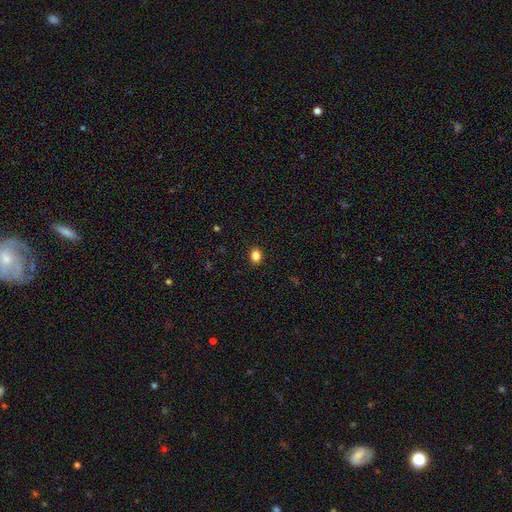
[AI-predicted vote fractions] A smooth galaxy with no disk features (85%) that is in between round and cigar-shaped (57%).

Vote fractions:
- Smooth or featured? smooth: 85% / star or artifact: 11% / featured or disk: 4%
- How rounded? in between: 57% / round: 42% / cigar-shaped: 1%
- Merging? none: 90% / minor disturbance: 7% / major disturbance: 2% / merger: 1%